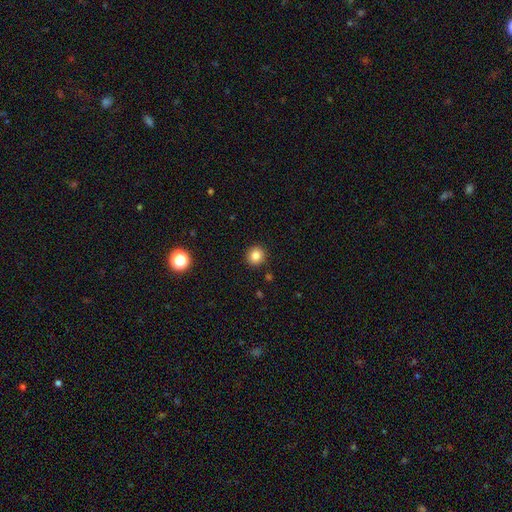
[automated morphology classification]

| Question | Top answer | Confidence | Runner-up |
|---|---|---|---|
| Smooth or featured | smooth | 82% | star or artifact (12%) |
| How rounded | round | 92% | in between (7%) |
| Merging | none | 92% | minor disturbance (5%) |